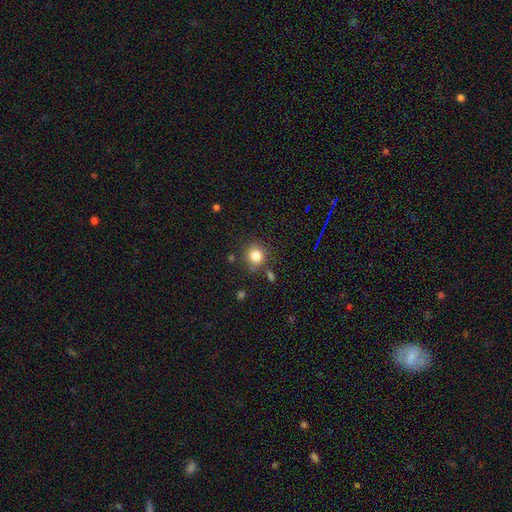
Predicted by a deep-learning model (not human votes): Q: Smooth or featured?
A: smooth (82%); runner-up: star or artifact (12%)
Q: How rounded?
A: round (88%); runner-up: in between (11%)
Q: Merging?
A: none (80%); runner-up: minor disturbance (11%)